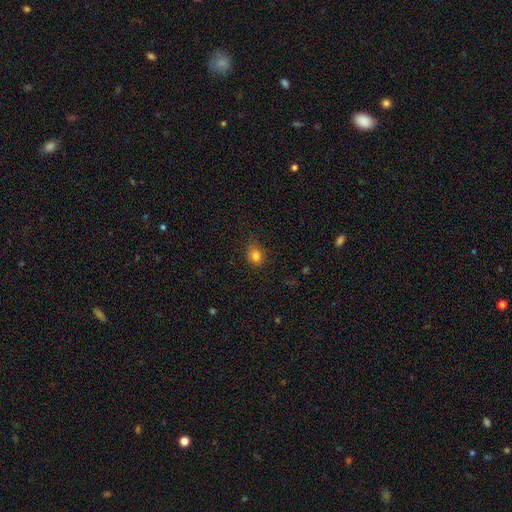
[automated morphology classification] This appears to be a smooth galaxy with no disk features (81%) that is round (64%). Merging: none (77%).